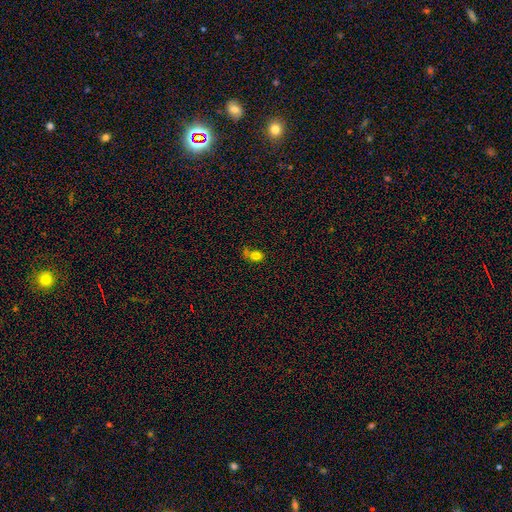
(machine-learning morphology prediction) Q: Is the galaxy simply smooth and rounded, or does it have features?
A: smooth — 76%.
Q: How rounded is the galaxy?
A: in between — 59%.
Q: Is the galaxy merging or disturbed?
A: none — 39%.